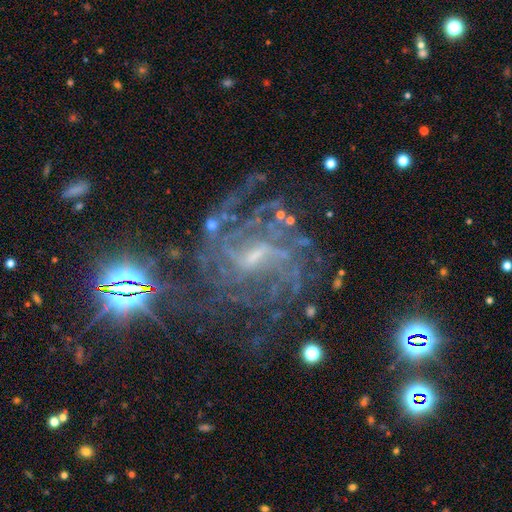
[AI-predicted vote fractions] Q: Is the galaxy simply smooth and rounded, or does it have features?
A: featured or disk — 80%.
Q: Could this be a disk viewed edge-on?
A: no — 97%.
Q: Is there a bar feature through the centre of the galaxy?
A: weak — 54%.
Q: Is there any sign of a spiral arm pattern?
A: yes — 94%.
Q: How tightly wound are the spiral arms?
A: tight — 44%.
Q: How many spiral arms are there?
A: can't tell — 35%.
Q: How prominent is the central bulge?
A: small — 60%.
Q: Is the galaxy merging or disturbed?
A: none — 65%.